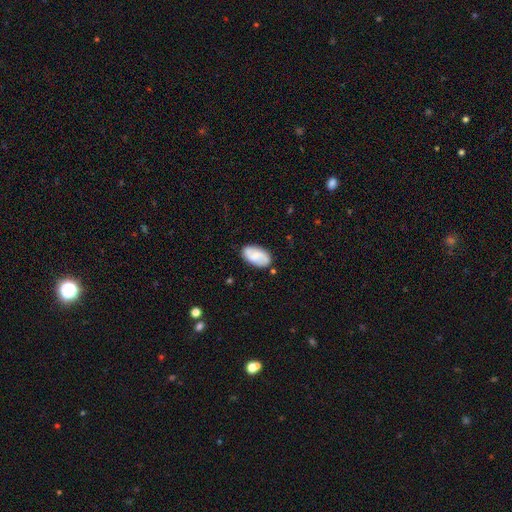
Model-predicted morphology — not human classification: A smooth galaxy with no disk features (61%) that is in between round and cigar-shaped (94%). Merging: none (80%).